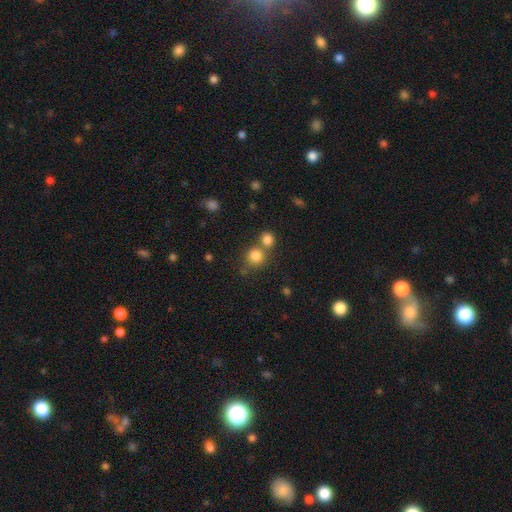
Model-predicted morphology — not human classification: Smooth or featured?
  - smooth: 82% *
  - star or artifact: 12%
  - featured or disk: 6%
How rounded?
  - round: 88% *
  - in between: 11%
  - cigar-shaped: 1%
Merging?
  - none: 57% *
  - merger: 32%
  - minor disturbance: 8%
  - major disturbance: 3%